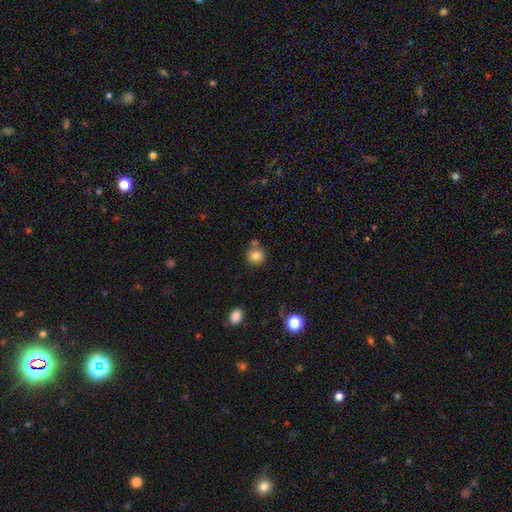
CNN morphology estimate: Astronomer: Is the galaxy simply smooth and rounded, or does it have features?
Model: smooth — 81%.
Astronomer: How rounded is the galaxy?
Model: round — 91%.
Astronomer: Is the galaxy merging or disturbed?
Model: none — 71%.